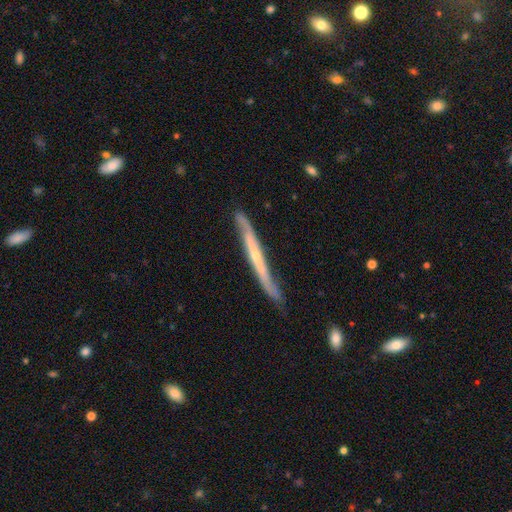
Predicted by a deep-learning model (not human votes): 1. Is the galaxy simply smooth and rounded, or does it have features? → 74% featured or disk, 20% smooth, 6% star or artifact.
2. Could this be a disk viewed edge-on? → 93% yes, 7% no.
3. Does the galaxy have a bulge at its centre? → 52% rounded, 42% none, 6% boxy.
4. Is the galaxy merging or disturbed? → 80% none, 16% minor disturbance, 2% major disturbance, 2% merger.